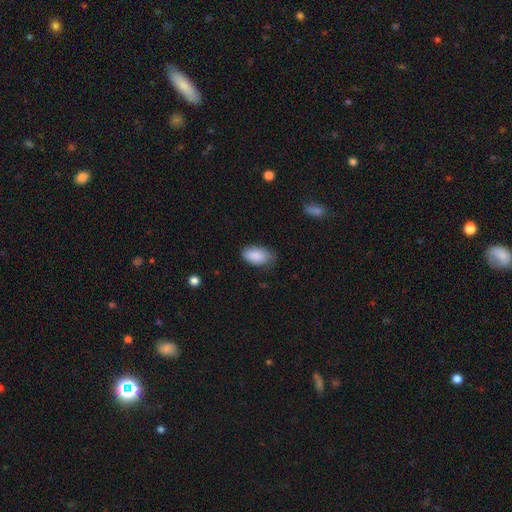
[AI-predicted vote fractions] Smooth or featured? Predicted: smooth (p=0.87). How rounded? Predicted: in between (p=0.94). Merging? Predicted: none (p=0.65).